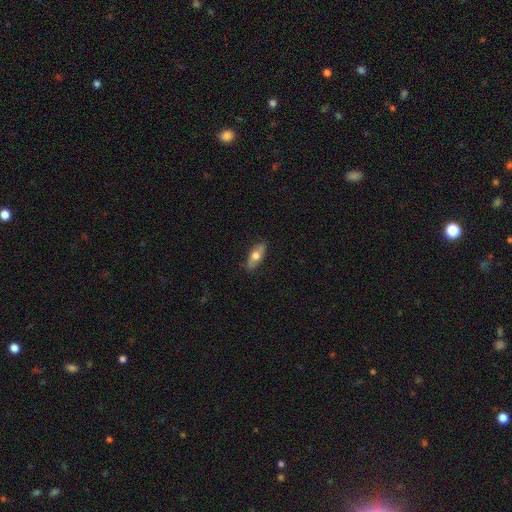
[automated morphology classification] A smooth galaxy with no disk features (55%) that is in between round and cigar-shaped (70%).

Vote fractions:
- Smooth or featured? smooth: 55% / featured or disk: 38% / star or artifact: 6%
- How rounded? in between: 70% / cigar-shaped: 26% / round: 4%
- Merging? none: 83% / minor disturbance: 14% / major disturbance: 3% / merger: 1%